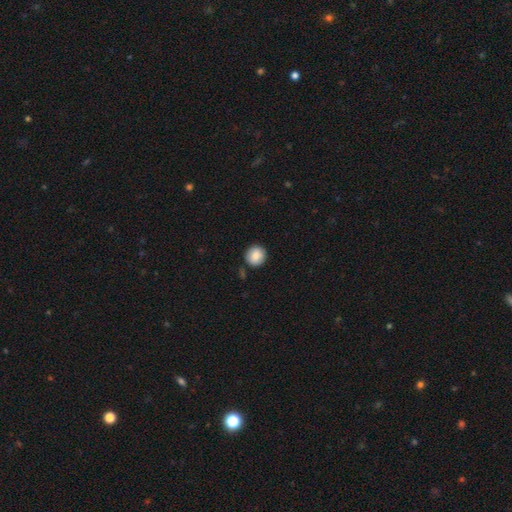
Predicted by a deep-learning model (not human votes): This is clearly a smooth galaxy (84%). How rounded: clearly round (93%). Merging: clearly none (87%).